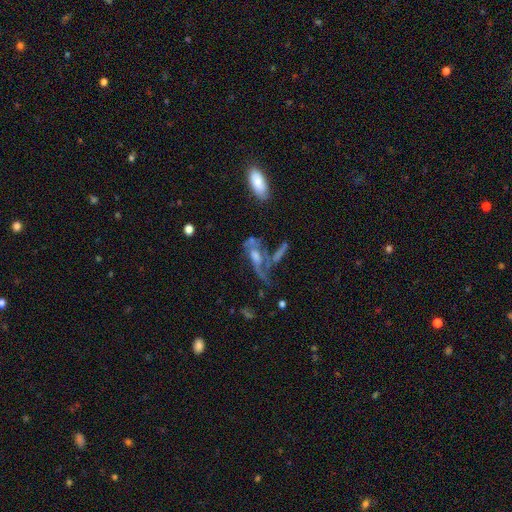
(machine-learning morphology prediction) Smooth or featured? featured or disk (65%)
Edge-on disk? no (81%)
Bar? no (65%)
Spiral arms? yes (66%)
Bulge size? moderate (41%)
Merging? major disturbance (30%, tied with none)